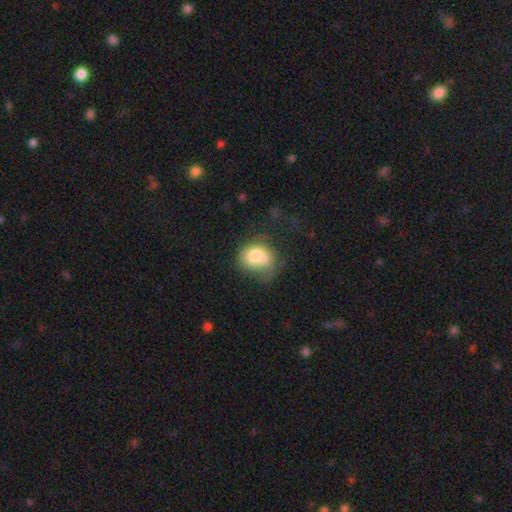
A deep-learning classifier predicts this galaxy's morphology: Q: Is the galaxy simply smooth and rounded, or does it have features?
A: smooth — 70%.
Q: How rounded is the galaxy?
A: round — 57%.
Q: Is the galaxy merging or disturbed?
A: merger — 33%.